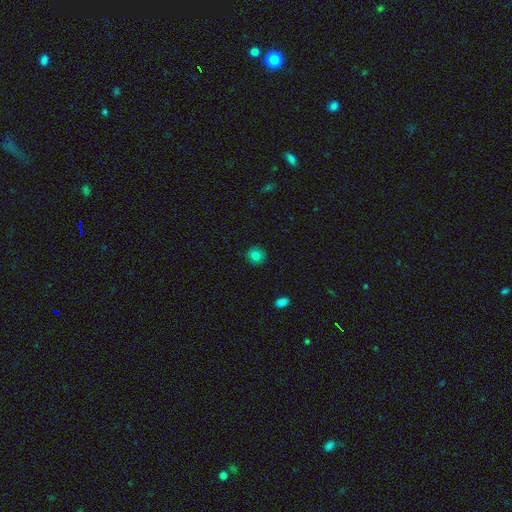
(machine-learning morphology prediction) The model was most divided on "smooth or featured": smooth: 82%, star or artifact: 11%, featured or disk: 8%. More confident: how rounded — round (92%); merging — none (90%).